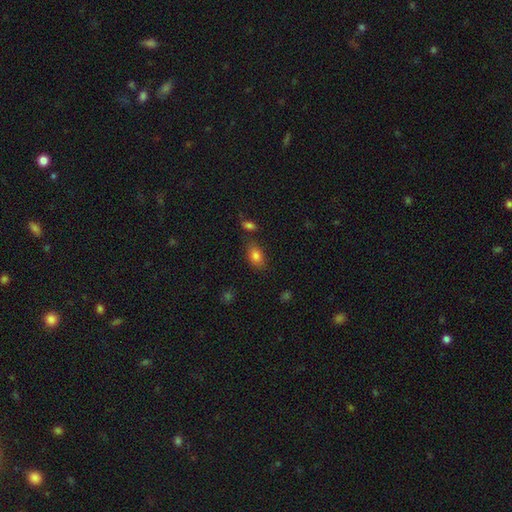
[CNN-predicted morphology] smooth 82%, star or artifact 9%, featured or disk 9%. Down the decision tree: how rounded — in between (86%); merging — none (75%).